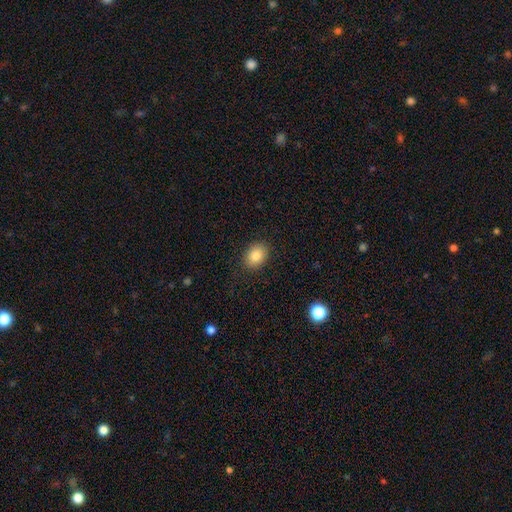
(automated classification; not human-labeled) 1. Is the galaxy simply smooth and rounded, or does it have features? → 85% smooth, 9% star or artifact, 6% featured or disk.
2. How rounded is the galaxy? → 69% in between, 30% round, 1% cigar-shaped.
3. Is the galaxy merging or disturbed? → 87% none, 9% minor disturbance, 3% major disturbance, 1% merger.